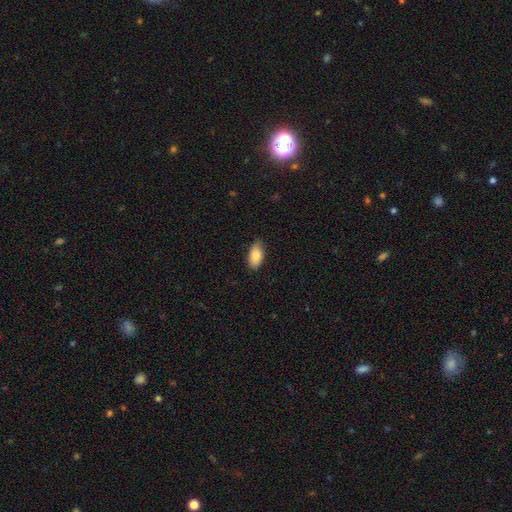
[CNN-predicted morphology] Smooth or featured: smooth — 88% (star or artifact — 6%)
How rounded: in between — 93% (cigar-shaped — 4%)
Merging: none — 81% (minor disturbance — 16%)